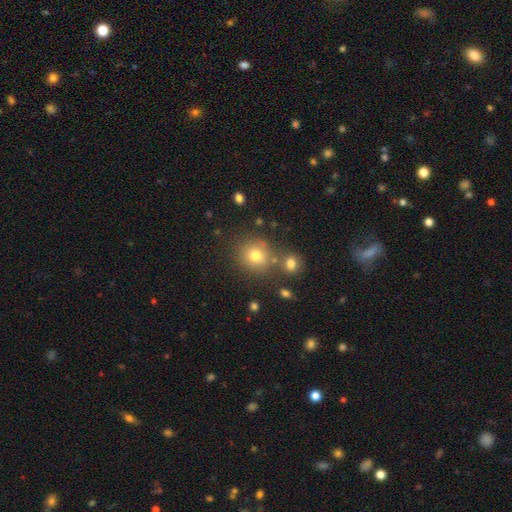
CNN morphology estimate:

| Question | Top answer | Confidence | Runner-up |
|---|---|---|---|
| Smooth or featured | smooth | 75% | star or artifact (15%) |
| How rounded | round | 86% | in between (13%) |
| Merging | none | 72% | merger (14%) |